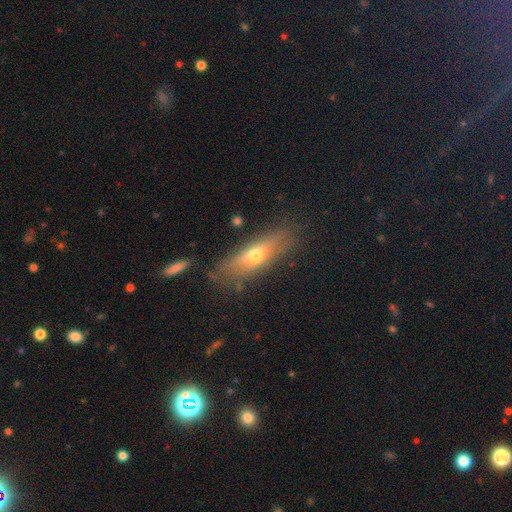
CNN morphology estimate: A smooth galaxy with no disk features (53%) that is cigar-shaped (53%).

Vote fractions:
- Smooth or featured? smooth: 53% / featured or disk: 38% / star or artifact: 9%
- How rounded? cigar-shaped: 53% / in between: 43% / round: 4%
- Merging? none: 78% / minor disturbance: 14% / major disturbance: 5% / merger: 3%